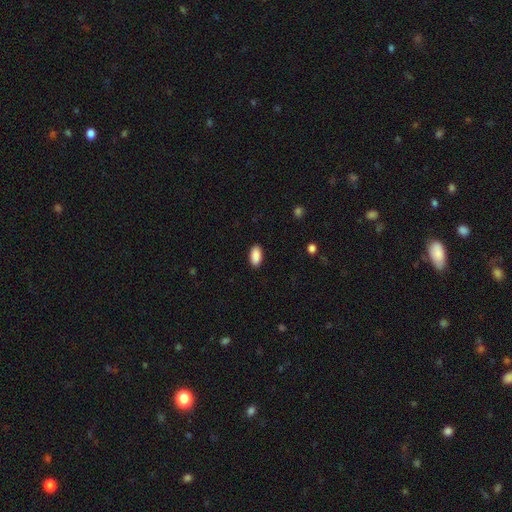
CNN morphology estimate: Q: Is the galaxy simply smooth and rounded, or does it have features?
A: smooth — 90%.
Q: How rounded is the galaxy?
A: in between — 94%.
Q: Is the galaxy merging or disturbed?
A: none — 90%.